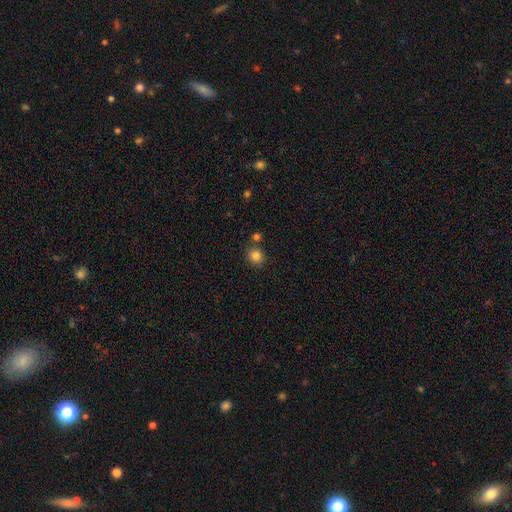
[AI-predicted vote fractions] The model was most divided on "merging": none: 77%, merger: 12%, minor disturbance: 9%, major disturbance: 3%. More confident: smooth or featured — smooth (84%); how rounded — round (82%).